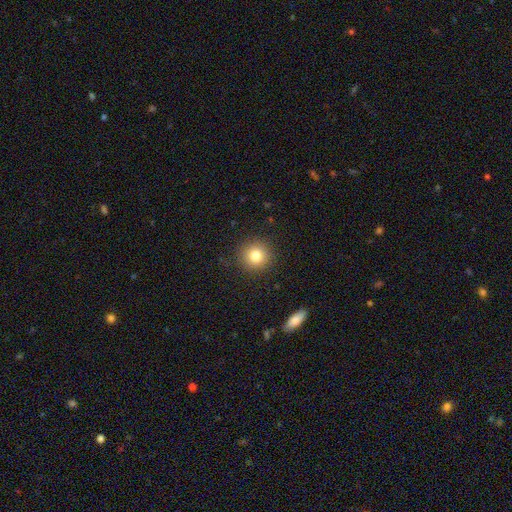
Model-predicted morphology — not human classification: Q: Smooth or featured?
A: smooth (81%); runner-up: star or artifact (11%)
Q: How rounded?
A: round (93%); runner-up: in between (6%)
Q: Merging?
A: none (91%); runner-up: minor disturbance (6%)